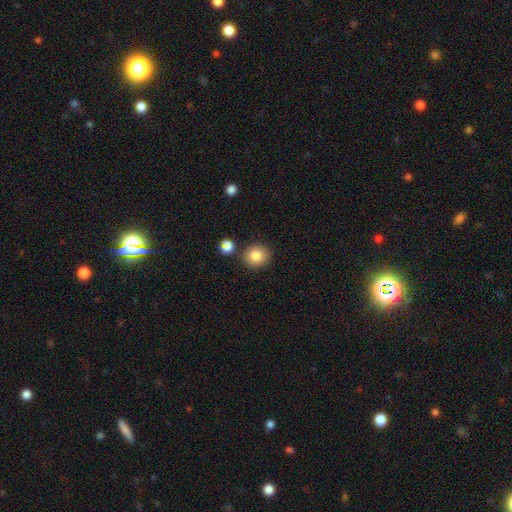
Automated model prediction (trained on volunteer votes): A smooth galaxy with no disk features (83%) that is round (90%).

Vote fractions:
- Smooth or featured? smooth: 83% / star or artifact: 11% / featured or disk: 6%
- How rounded? round: 90% / in between: 9% / cigar-shaped: 1%
- Merging? none: 85% / minor disturbance: 7% / merger: 5% / major disturbance: 2%